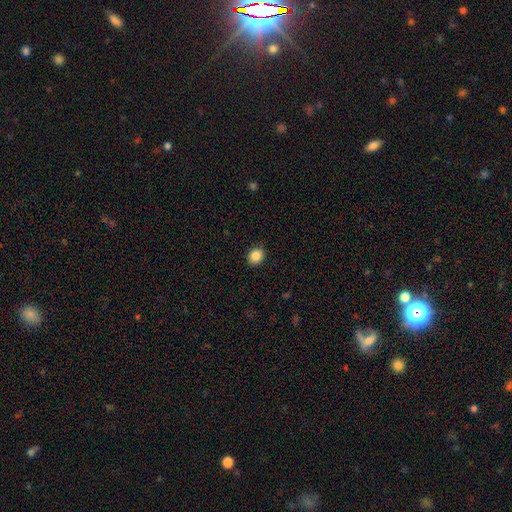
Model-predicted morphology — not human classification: The model was most divided on "how rounded": round: 63%, in between: 36%, cigar-shaped: 1%. More confident: merging — none (90%); smooth or featured — smooth (86%).